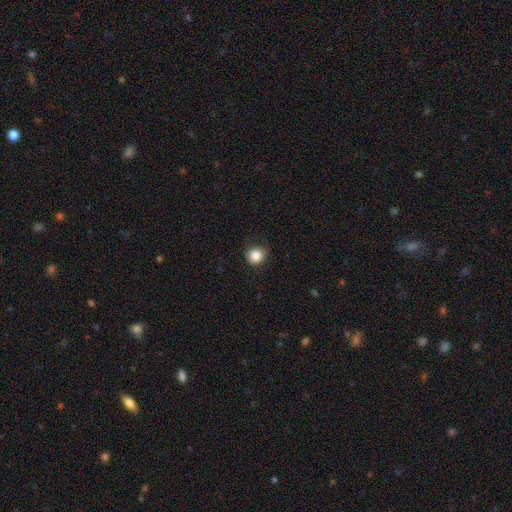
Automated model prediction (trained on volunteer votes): Overall: smooth (85%). How rounded: round (85%). Merging: none (77%).